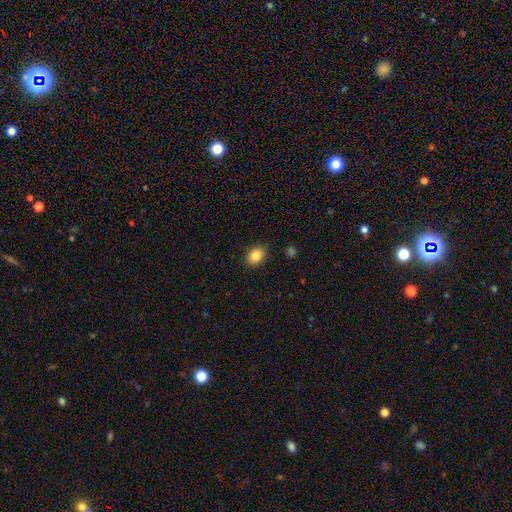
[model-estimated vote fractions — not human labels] Morphology: type=smooth (85%); roundness=in between (67%); merging=none (85%).